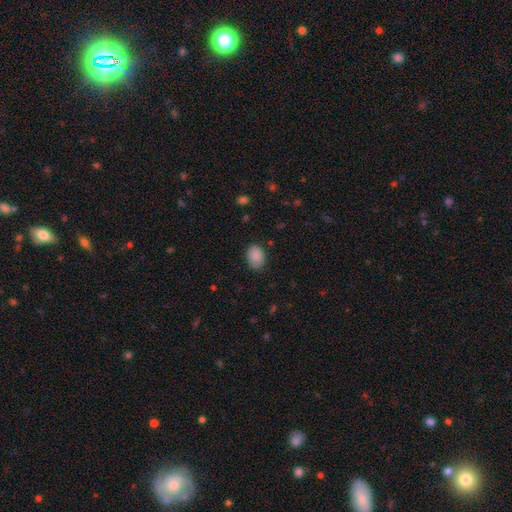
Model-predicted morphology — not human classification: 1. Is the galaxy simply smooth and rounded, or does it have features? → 88% smooth, 7% star or artifact, 5% featured or disk.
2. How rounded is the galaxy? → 74% in between, 25% round, 1% cigar-shaped.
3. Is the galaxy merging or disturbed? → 82% none, 14% minor disturbance, 3% major disturbance, 1% merger.